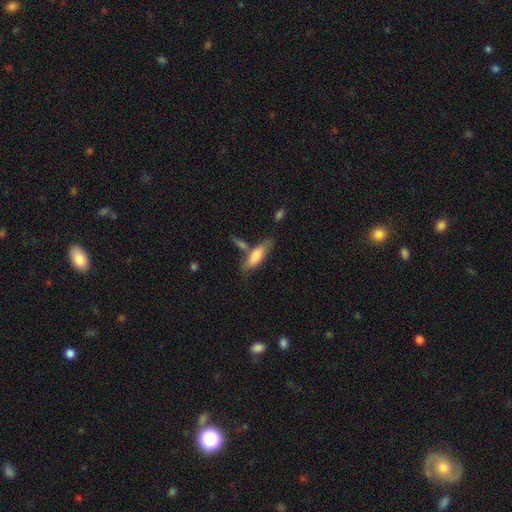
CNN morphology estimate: smooth-or-featured: smooth: 76% | featured or disk: 19% | star or artifact: 6%
  how-rounded: in between: 60% | cigar-shaped: 38% | round: 2%
  merging: none: 58% | merger: 18% | minor disturbance: 18% | major disturbance: 6%